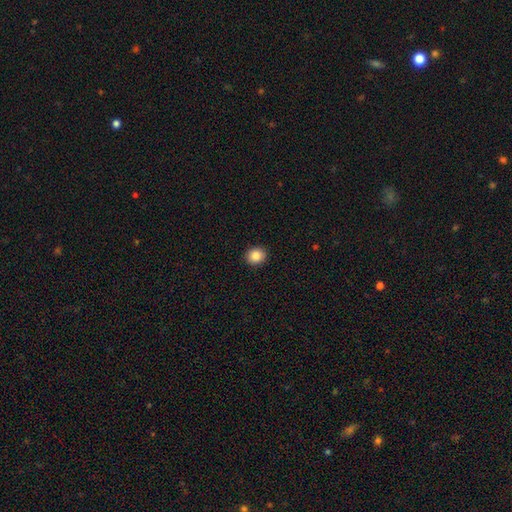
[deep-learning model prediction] Smooth or featured? smooth (86%)
How rounded? round (75%)
Merging? none (92%)